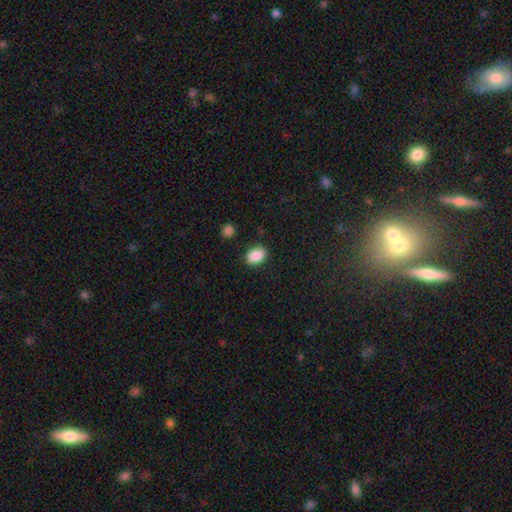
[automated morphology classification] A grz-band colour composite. It shows a smooth galaxy with no disk features (87%) that is in between round and cigar-shaped (79%). Merging: none (84%).